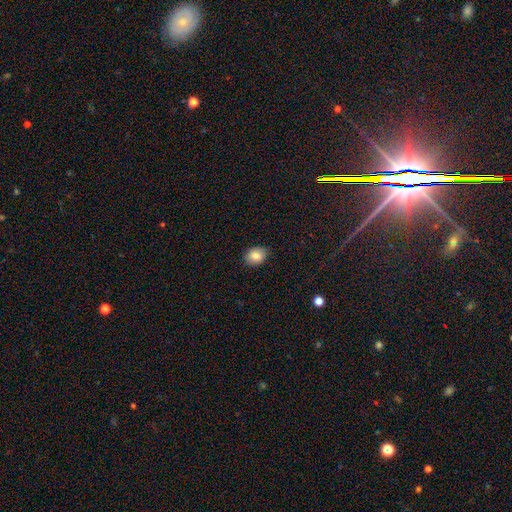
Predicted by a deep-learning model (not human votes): Q: Smooth or featured?
A: smooth (84%); runner-up: star or artifact (8%)
Q: How rounded?
A: in between (60%); runner-up: round (39%)
Q: Merging?
A: none (86%); runner-up: minor disturbance (11%)